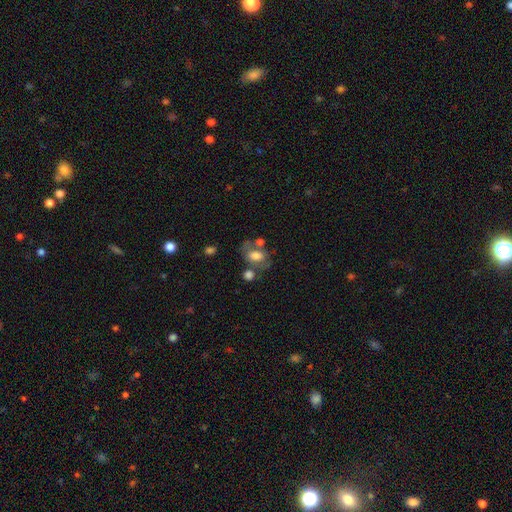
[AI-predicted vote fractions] Smooth or featured?
  - smooth: 56% *
  - featured or disk: 35%
  - star or artifact: 9%
How rounded?
  - in between: 78% *
  - round: 20%
  - cigar-shaped: 2%
Merging?
  - none: 45% *
  - merger: 24%
  - minor disturbance: 19%
  - major disturbance: 12%